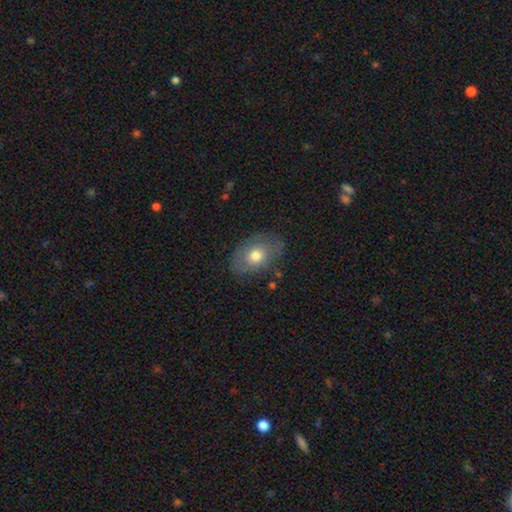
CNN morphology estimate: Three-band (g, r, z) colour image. It shows a smooth galaxy with no disk features (67%) that is in between round and cigar-shaped (81%). Merging: none (74%).